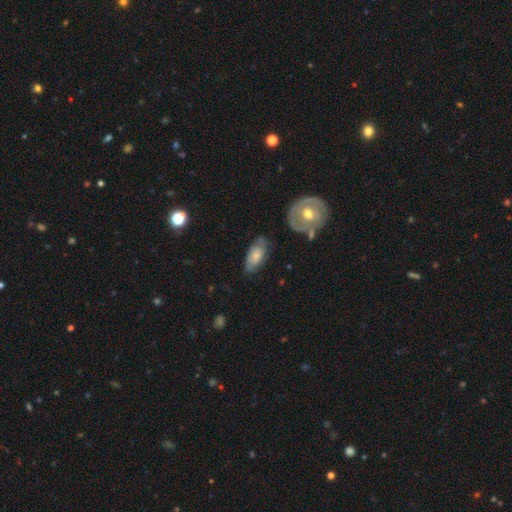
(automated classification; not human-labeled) smooth_or_featured: smooth (p=0.58) [alt: featured or disk p=0.35]
how_rounded: in between (p=0.88) [alt: cigar-shaped p=0.08]
merging: none (p=0.62) [alt: minor disturbance p=0.27]